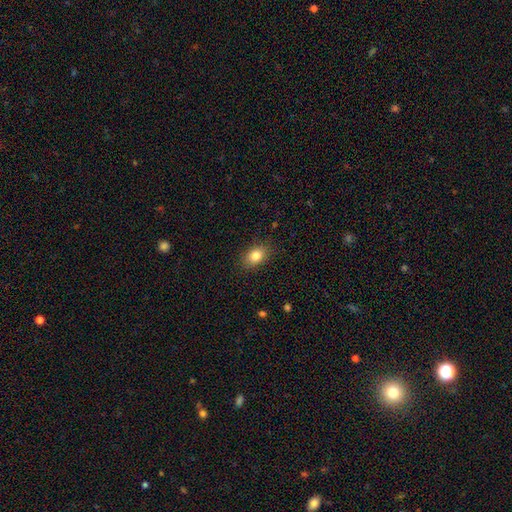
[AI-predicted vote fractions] smooth_or_featured: smooth (p=0.83) [alt: star or artifact p=0.09]
how_rounded: in between (p=0.80) [alt: round p=0.19]
merging: none (p=0.86) [alt: minor disturbance p=0.11]